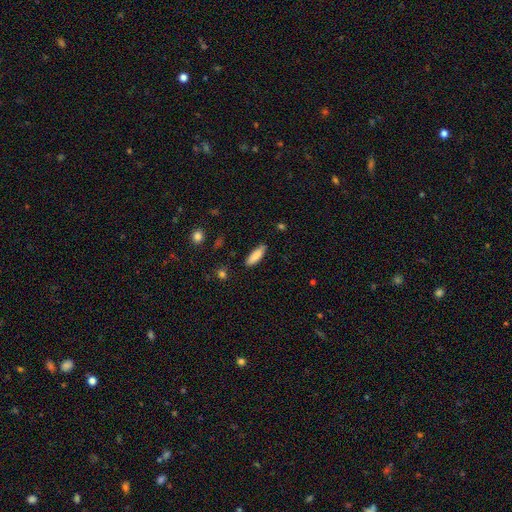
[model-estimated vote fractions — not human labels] Smooth or featured: smooth — 86% (featured or disk — 8%)
How rounded: cigar-shaped — 51% (in between — 47%)
Merging: none — 85% (minor disturbance — 11%)